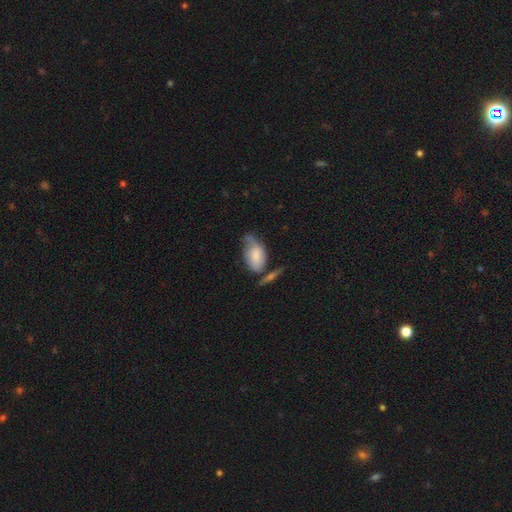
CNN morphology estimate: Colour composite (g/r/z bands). It shows a smooth galaxy with no disk features (64%) that is in between round and cigar-shaped (91%). Merging: none (37%).